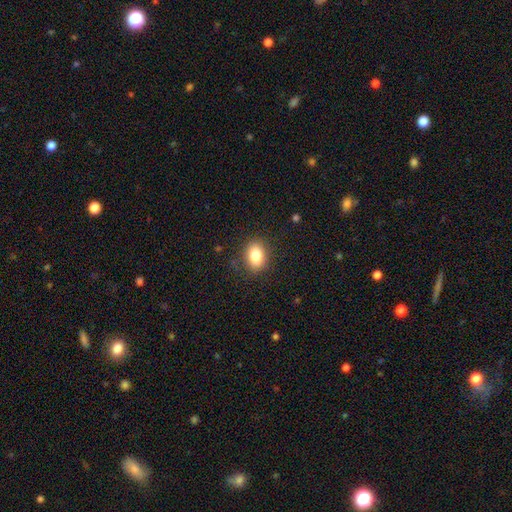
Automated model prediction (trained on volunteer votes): smooth 84%, star or artifact 9%, featured or disk 7%. Down the decision tree: how rounded — in between (78%); merging — none (86%).